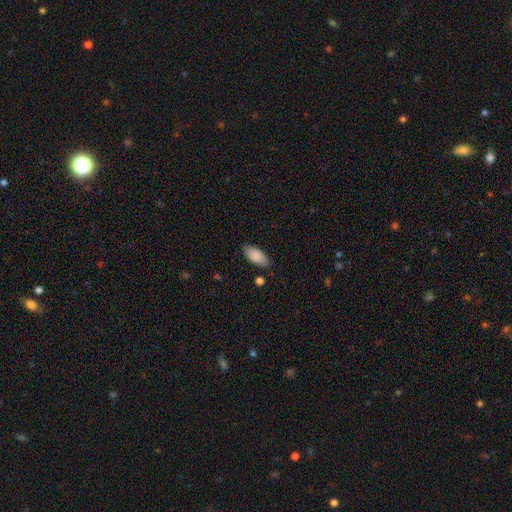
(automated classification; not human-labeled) This appears to be a smooth galaxy with no disk features (87%) that is in between round and cigar-shaped (90%). Merging: none (81%).